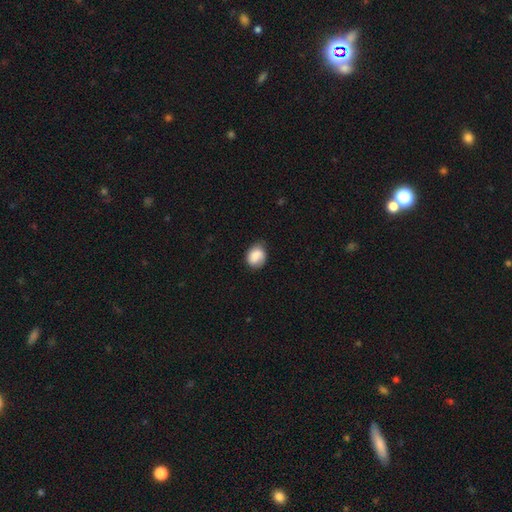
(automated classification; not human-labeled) Overall: smooth (78%). How rounded: round (58%; in between 41%). Merging: none (67%).